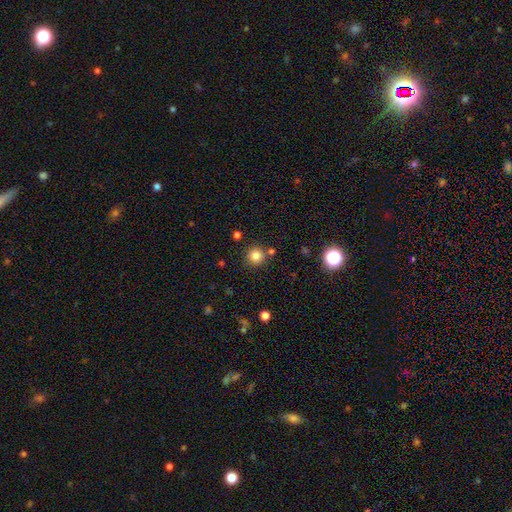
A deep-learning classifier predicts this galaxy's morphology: The model was most divided on "smooth or featured": smooth: 81%, star or artifact: 13%, featured or disk: 5%. More confident: how rounded — round (94%); merging — none (81%).